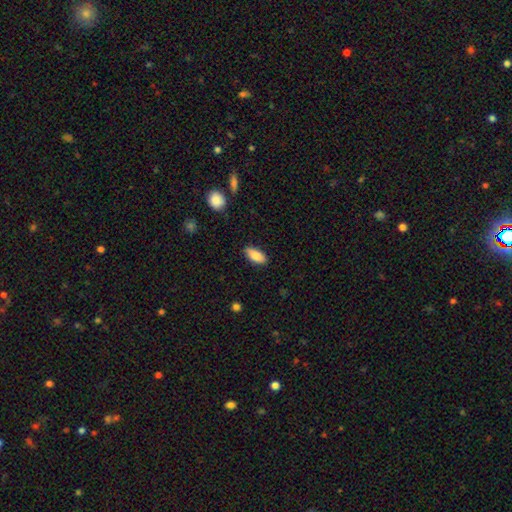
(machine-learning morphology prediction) Q: Smooth or featured?
A: smooth (85%); runner-up: featured or disk (9%)
Q: How rounded?
A: in between (87%); runner-up: cigar-shaped (11%)
Q: Merging?
A: none (86%); runner-up: minor disturbance (11%)